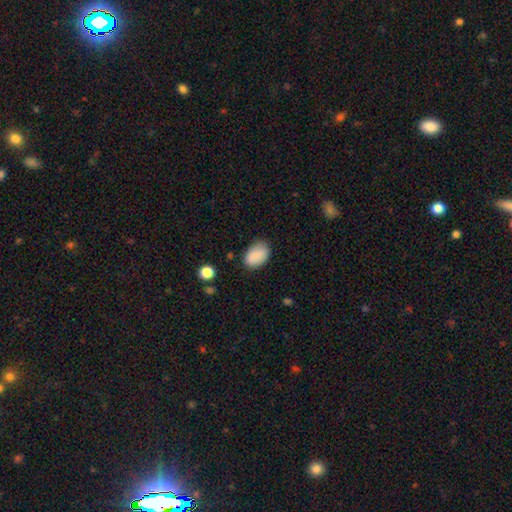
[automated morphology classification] This appears to be a smooth galaxy with no disk features (88%) that is in between round and cigar-shaped (87%). Merging: none (78%).